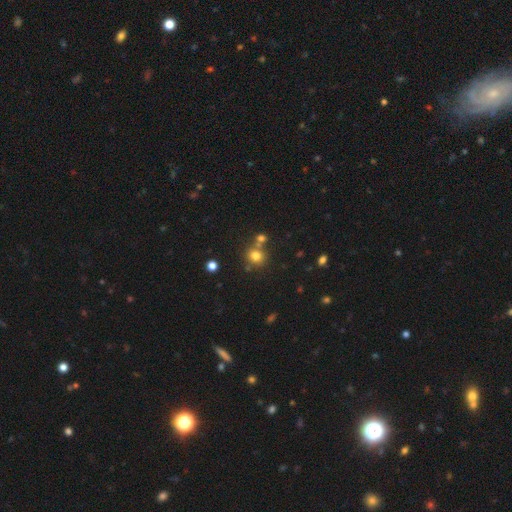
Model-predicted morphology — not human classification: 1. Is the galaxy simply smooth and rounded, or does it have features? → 77% smooth, 15% star or artifact, 8% featured or disk.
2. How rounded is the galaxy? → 84% round, 15% in between, 1% cigar-shaped.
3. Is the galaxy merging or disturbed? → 67% none, 21% merger, 9% minor disturbance, 3% major disturbance.